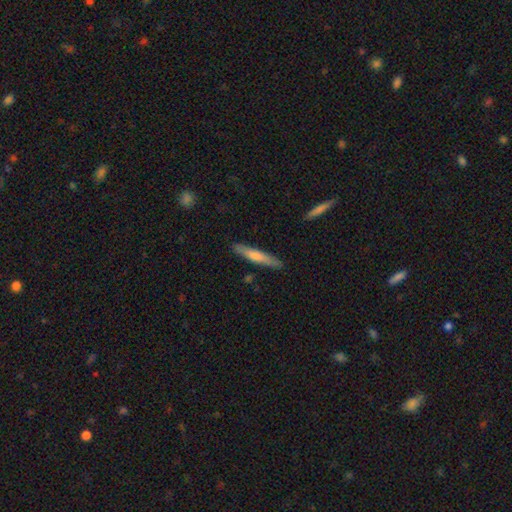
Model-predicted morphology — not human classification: Smooth or featured? Predicted: featured or disk (p=0.48). Merging? Predicted: none (p=0.88).